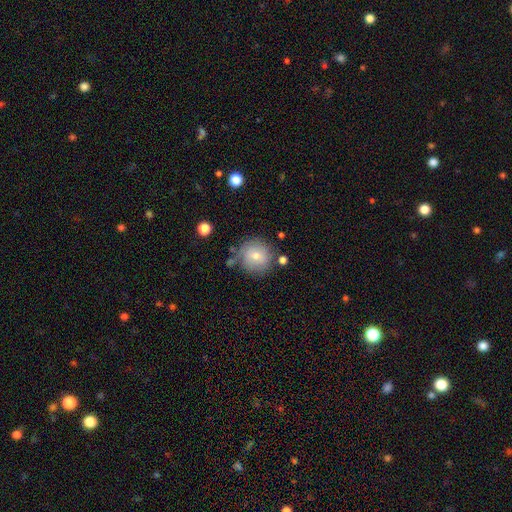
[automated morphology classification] type=smooth (64%); roundness=round (92%); merging=none (73%).